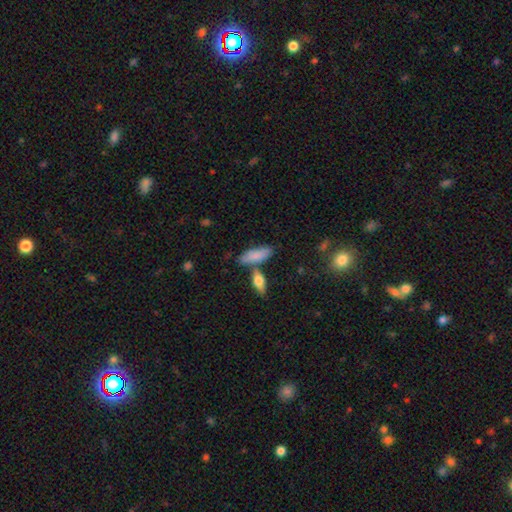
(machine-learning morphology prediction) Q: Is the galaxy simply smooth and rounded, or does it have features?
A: smooth — 81%.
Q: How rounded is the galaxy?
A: in between — 66%.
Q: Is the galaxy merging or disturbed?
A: none — 60%.